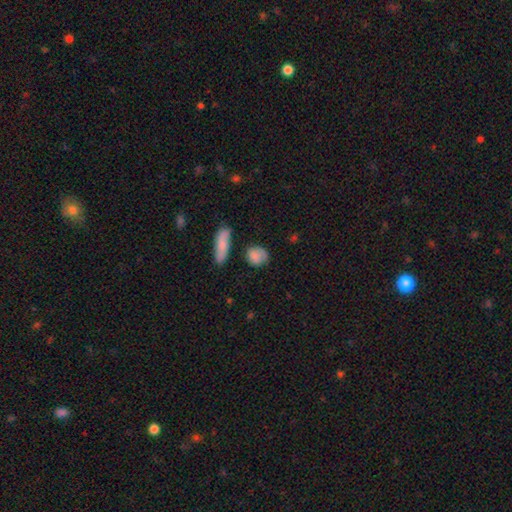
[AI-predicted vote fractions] Smooth or featured: smooth — 81% (featured or disk — 11%)
How rounded: round — 62% (in between — 35%)
Merging: none — 67% (minor disturbance — 22%)